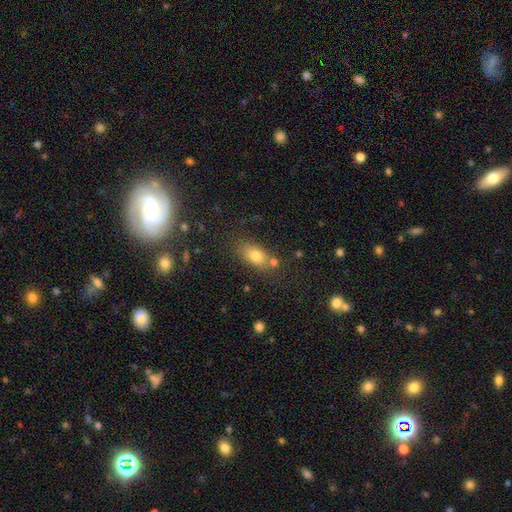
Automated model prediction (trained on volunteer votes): smooth 77%, star or artifact 12%, featured or disk 11%. Down the decision tree: how rounded — in between (84%); merging — none (72%).